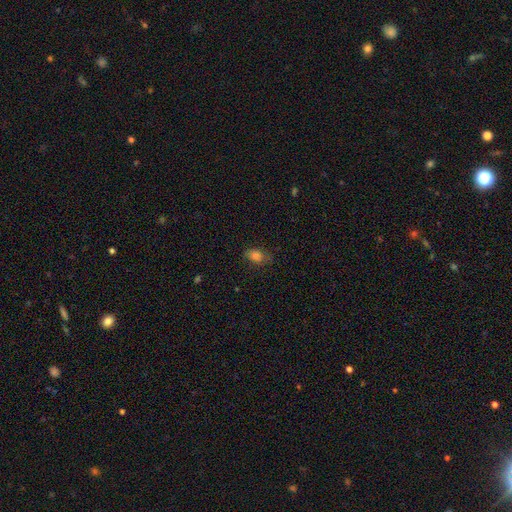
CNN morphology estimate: type=smooth (78%); roundness=in between (80%); merging=none (72%).